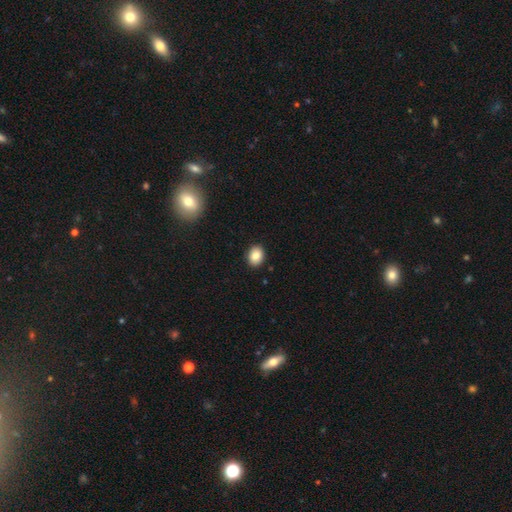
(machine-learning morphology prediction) This is clearly a smooth galaxy (86%). How rounded: possibly in between (59%). Merging: clearly none (90%).